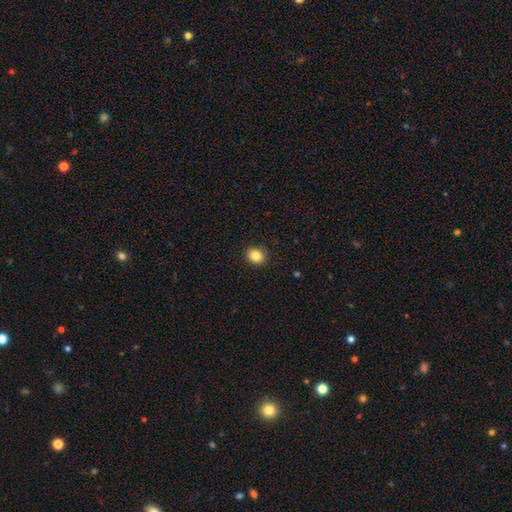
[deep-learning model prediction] Q: Smooth or featured?
A: smooth (85%); runner-up: star or artifact (10%)
Q: How rounded?
A: round (77%); runner-up: in between (23%)
Q: Merging?
A: none (90%); runner-up: minor disturbance (7%)